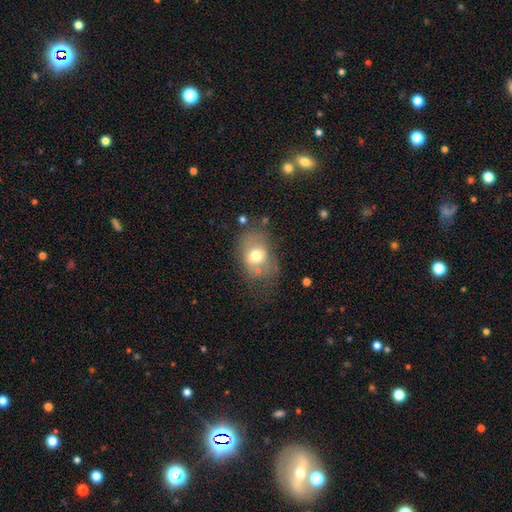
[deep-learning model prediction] smooth_or_featured: smooth (p=0.64) [alt: featured or disk p=0.26]
how_rounded: in between (p=0.65) [alt: round p=0.34]
merging: none (p=0.50) [alt: minor disturbance p=0.26]